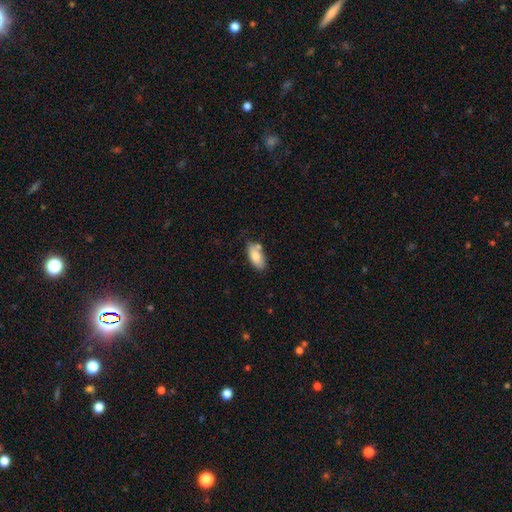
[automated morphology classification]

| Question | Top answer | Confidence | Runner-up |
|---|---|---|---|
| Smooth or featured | smooth | 82% | featured or disk (11%) |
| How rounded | in between | 90% | cigar-shaped (8%) |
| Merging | none | 66% | minor disturbance (20%) |